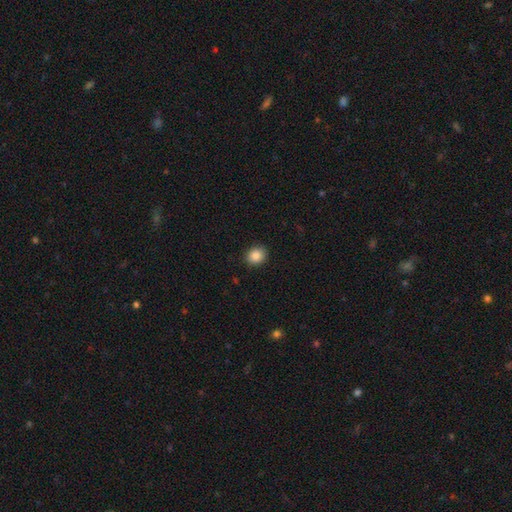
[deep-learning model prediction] Smooth or featured?
  - smooth: 87% *
  - star or artifact: 9%
  - featured or disk: 3%
How rounded?
  - round: 73% *
  - in between: 26%
  - cigar-shaped: 1%
Merging?
  - none: 90% *
  - minor disturbance: 7%
  - major disturbance: 2%
  - merger: 1%